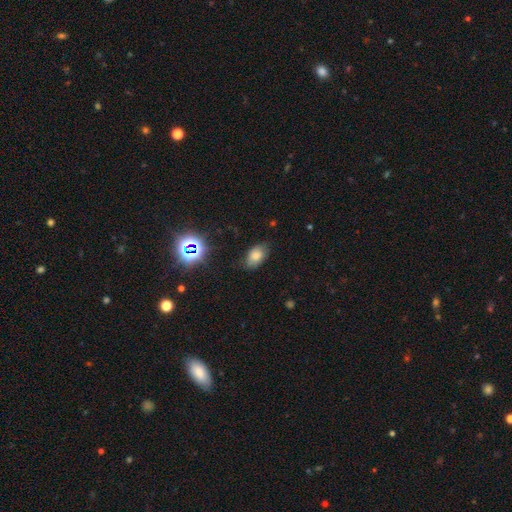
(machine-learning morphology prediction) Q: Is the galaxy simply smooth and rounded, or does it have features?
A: smooth — 71%.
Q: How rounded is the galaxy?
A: in between — 88%.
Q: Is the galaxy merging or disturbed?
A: none — 74%.